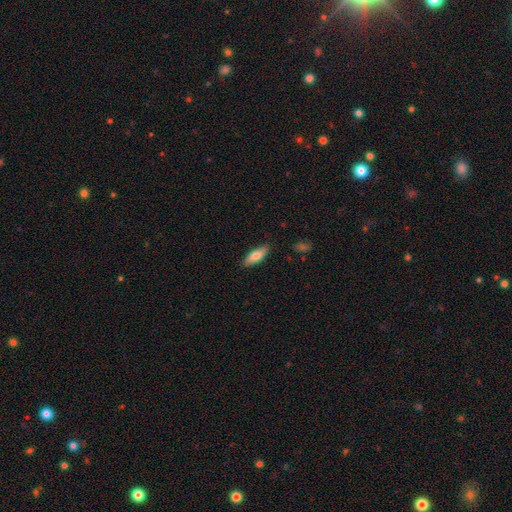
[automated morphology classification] smooth 78%, featured or disk 15%, star or artifact 6%. Down the decision tree: how rounded — in between (65%); merging — none (85%).